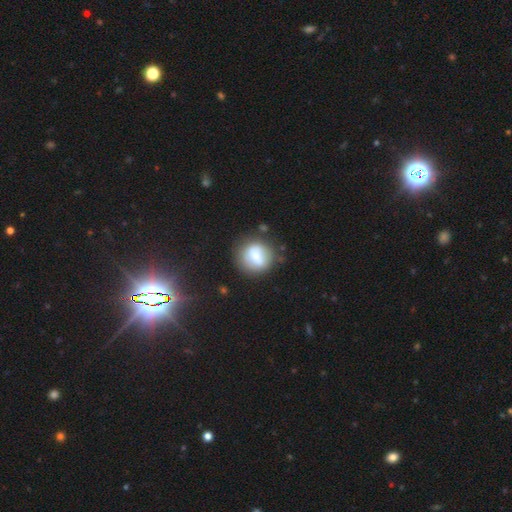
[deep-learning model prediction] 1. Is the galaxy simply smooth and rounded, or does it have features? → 67% smooth, 24% featured or disk, 9% star or artifact.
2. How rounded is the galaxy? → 84% round, 15% in between, 1% cigar-shaped.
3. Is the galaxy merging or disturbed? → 68% none, 17% minor disturbance, 8% merger, 7% major disturbance.